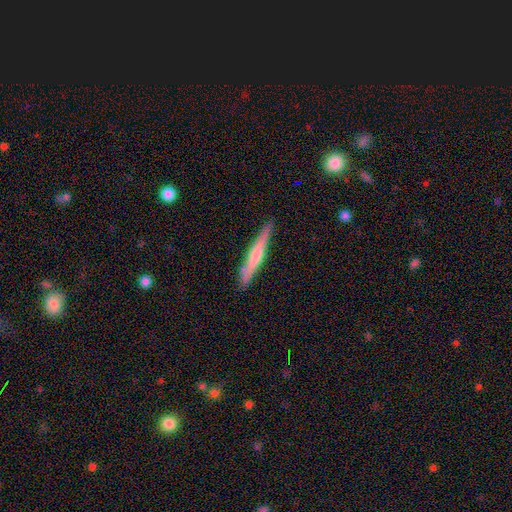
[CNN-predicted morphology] This appears to be a smooth galaxy with no disk features (49%). Merging: none (84%).